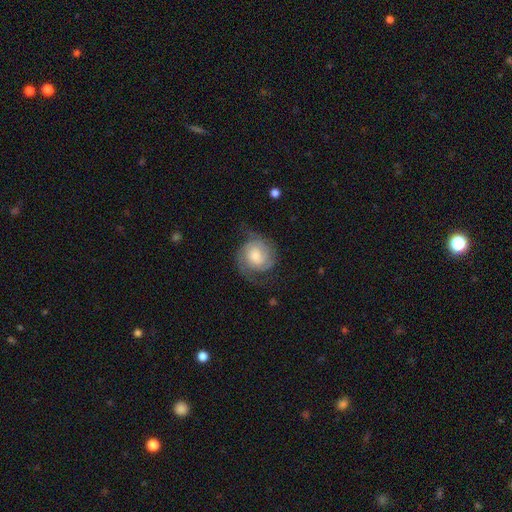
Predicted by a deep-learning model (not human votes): Overall: featured or disk (77%). Edge-on disk: no (98%). Bar: no (70%). Spiral arms: yes (96%). Spiral arm count: 2 (74%). Spiral winding: tight (53%; medium 35%). Bulge size: moderate (39%; small 38%). Merging: none (68%).